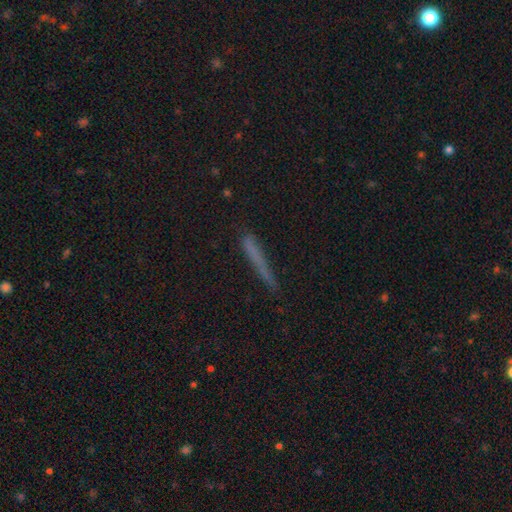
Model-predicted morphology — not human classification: This appears to be a smooth galaxy with no disk features (63%) that is cigar-shaped (95%). Merging: none (79%).